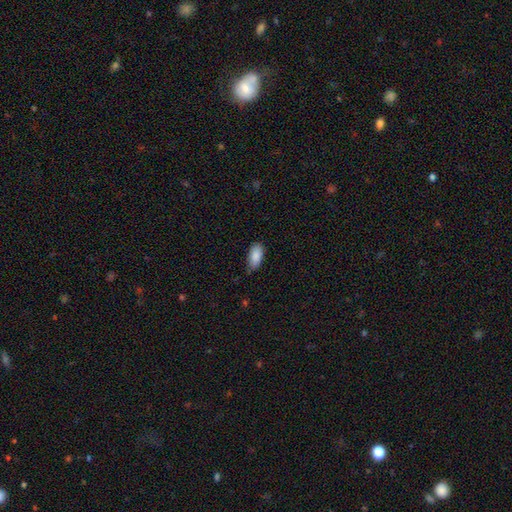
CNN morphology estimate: This appears to be a smooth galaxy with no disk features (88%) that is in between round and cigar-shaped (92%). Merging: none (74%).